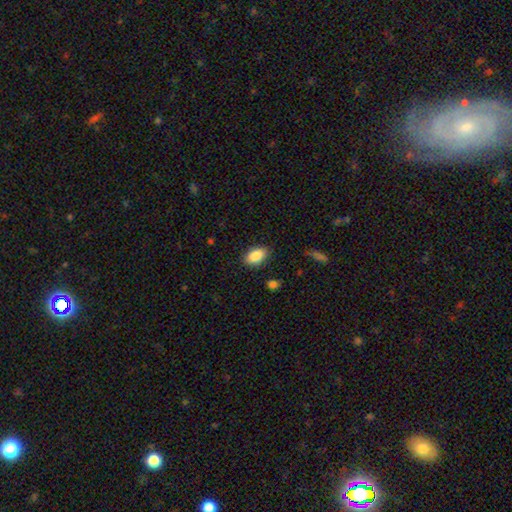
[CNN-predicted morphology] Smooth or featured? smooth (87%)
How rounded? in between (91%)
Merging? none (85%)